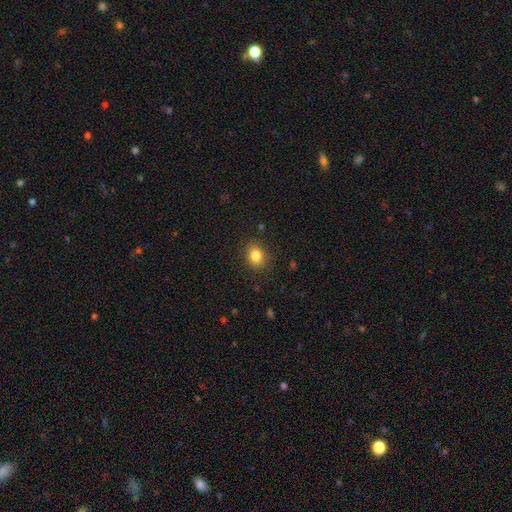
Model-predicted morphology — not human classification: The model was most divided on "how rounded": in between: 54%, round: 45%, cigar-shaped: 1%. More confident: merging — none (86%); smooth or featured — smooth (84%).